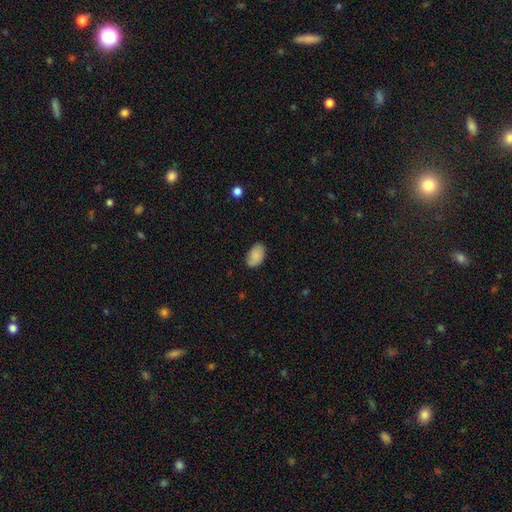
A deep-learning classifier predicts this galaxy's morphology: Smooth or featured?
  - smooth: 85% *
  - featured or disk: 8%
  - star or artifact: 7%
How rounded?
  - in between: 92% *
  - round: 7%
  - cigar-shaped: 1%
Merging?
  - none: 77% *
  - minor disturbance: 18%
  - major disturbance: 3%
  - merger: 1%